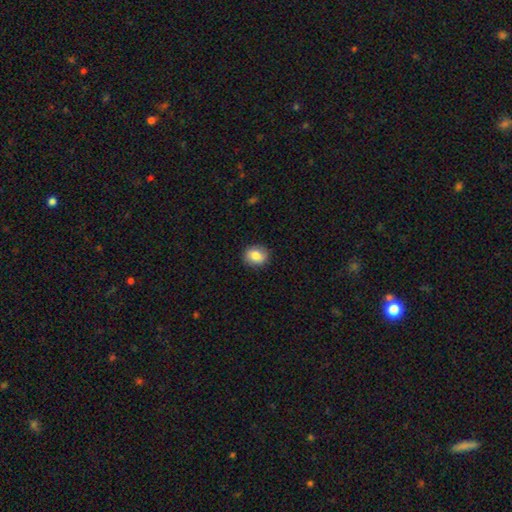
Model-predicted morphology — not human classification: smooth 82%, featured or disk 10%, star or artifact 8%. Down the decision tree: how rounded — round (67%); merging — none (89%).